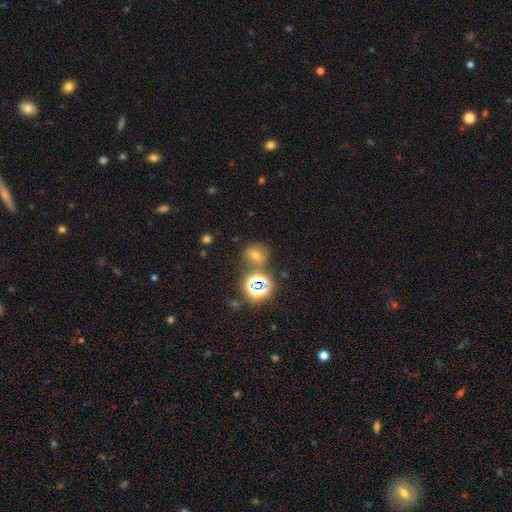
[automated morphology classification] Smooth or featured? smooth (48%)
Merging? none (69%)